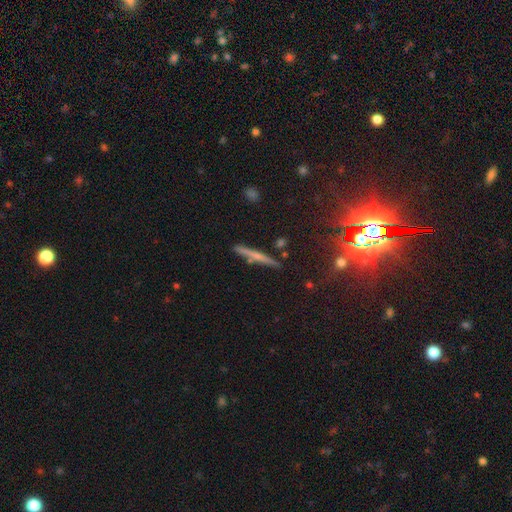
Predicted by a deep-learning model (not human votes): smooth-or-featured: featured or disk: 48% | smooth: 40% | star or artifact: 11%
  merging: none: 84% | minor disturbance: 10% | merger: 4% | major disturbance: 2%